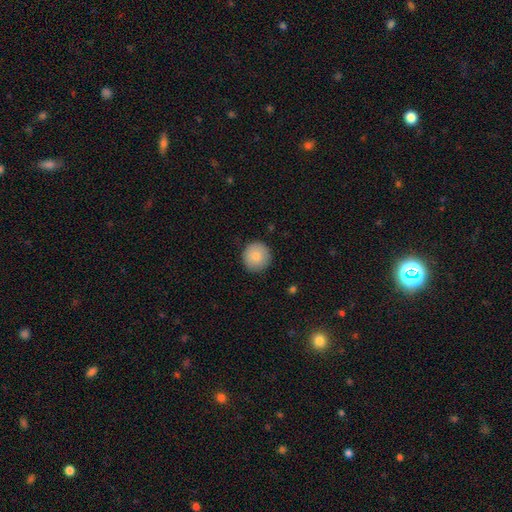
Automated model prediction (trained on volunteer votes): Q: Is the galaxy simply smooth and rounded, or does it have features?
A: smooth — 85%.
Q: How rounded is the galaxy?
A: round — 95%.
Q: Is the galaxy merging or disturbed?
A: none — 89%.